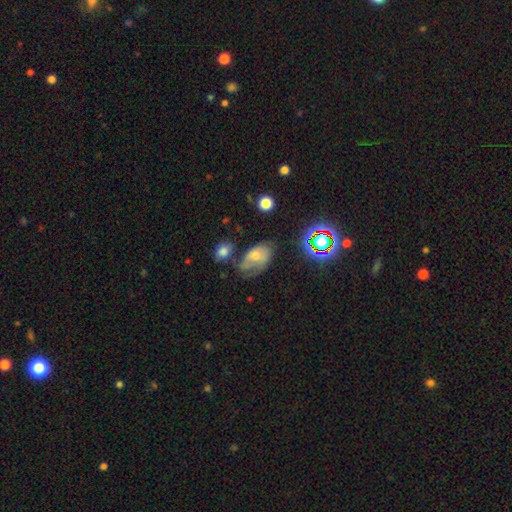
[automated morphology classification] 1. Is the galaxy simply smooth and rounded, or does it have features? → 47% smooth, 38% featured or disk, 14% star or artifact.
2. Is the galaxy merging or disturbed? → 36% none, 33% minor disturbance, 22% major disturbance, 9% merger.